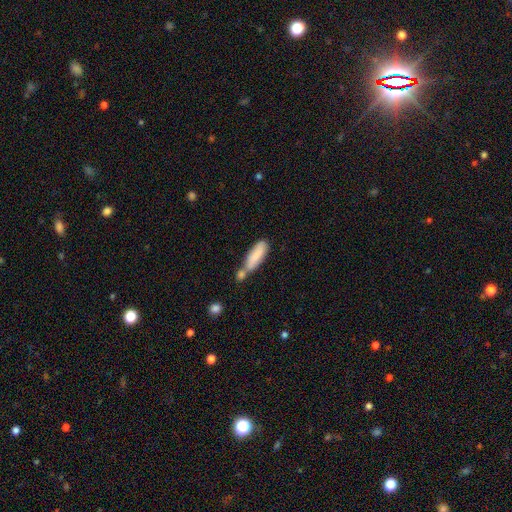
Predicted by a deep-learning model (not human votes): Overall: smooth (82%). How rounded: cigar-shaped (53%; in between 45%). Merging: merger (42%; none 36%).